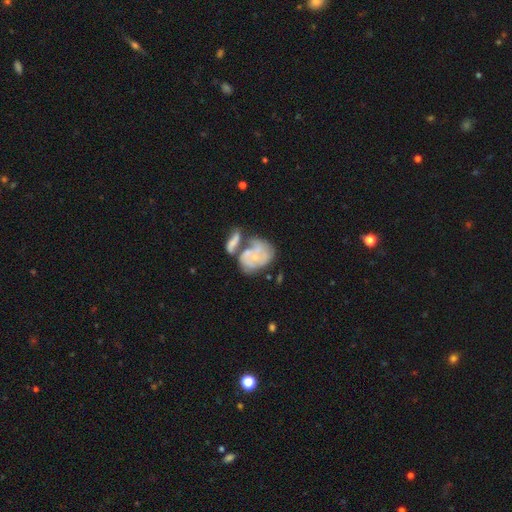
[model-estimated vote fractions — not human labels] smooth-or-featured: featured or disk: 60% | smooth: 32% | star or artifact: 8%
  disk-edge-on: no: 97% | yes: 3%
    bar: no: 82% | weak: 14% | strong: 3%
    has-spiral-arms: yes: 54% | no: 46%
    bulge-size: small: 66% | moderate: 18% | none: 14% | large: 2% | dominant: 1%
  merging: merger: 47% | none: 24% | minor disturbance: 15% | major disturbance: 14%